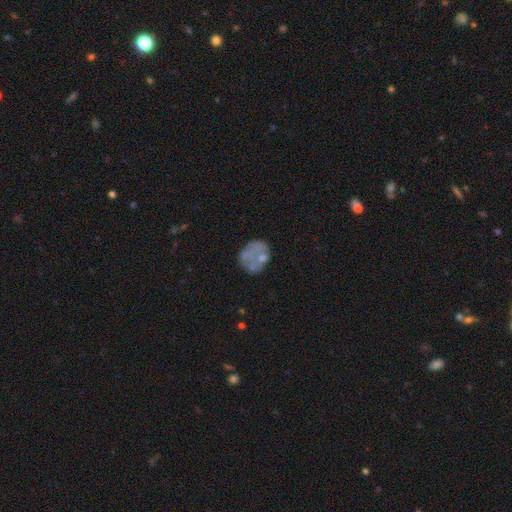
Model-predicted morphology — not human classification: This appears to be a smooth galaxy with no disk features (48%). Merging: none (50%).